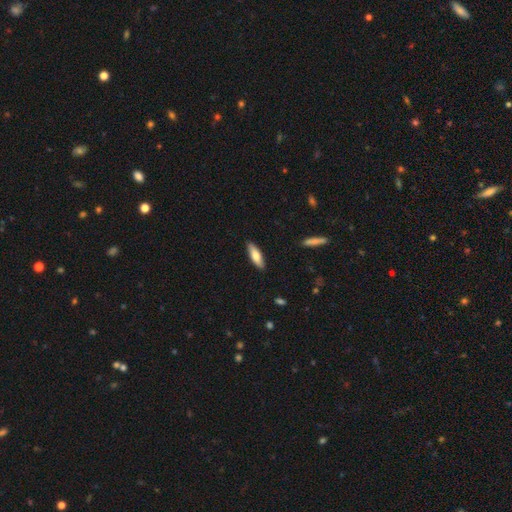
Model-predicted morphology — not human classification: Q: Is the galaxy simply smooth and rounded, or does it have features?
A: smooth — 74%.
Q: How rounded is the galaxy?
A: in between — 50%.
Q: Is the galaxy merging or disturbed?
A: none — 89%.